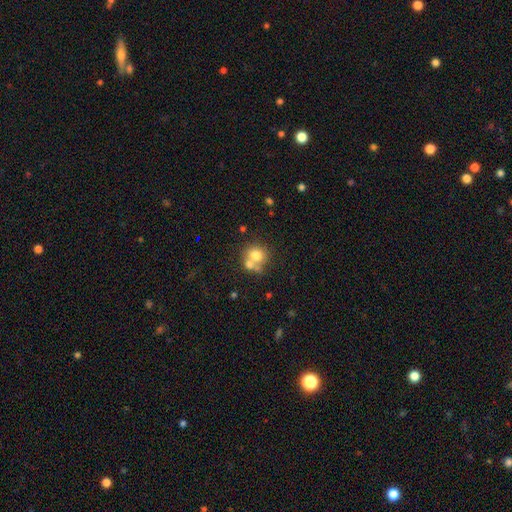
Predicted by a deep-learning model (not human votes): This is likely a smooth galaxy (73%). How rounded: likely round (79%). Merging: marginally merger (45%).